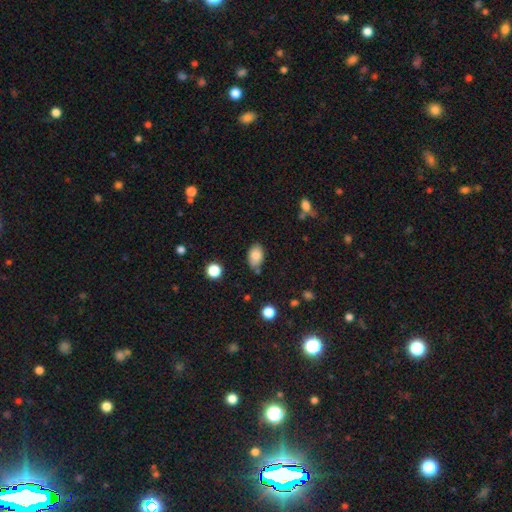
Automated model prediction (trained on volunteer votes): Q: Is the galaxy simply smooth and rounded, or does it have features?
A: smooth — 83%.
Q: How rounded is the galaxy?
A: in between — 87%.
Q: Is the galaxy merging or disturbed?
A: none — 70%.